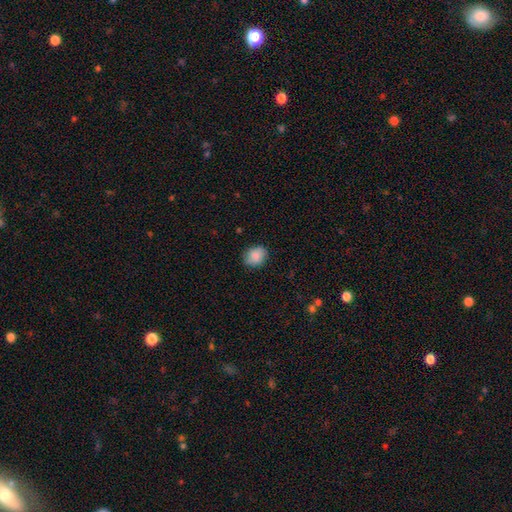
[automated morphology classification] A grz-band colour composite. It shows a smooth galaxy with no disk features (87%) that is round (51%). Merging: none (82%).